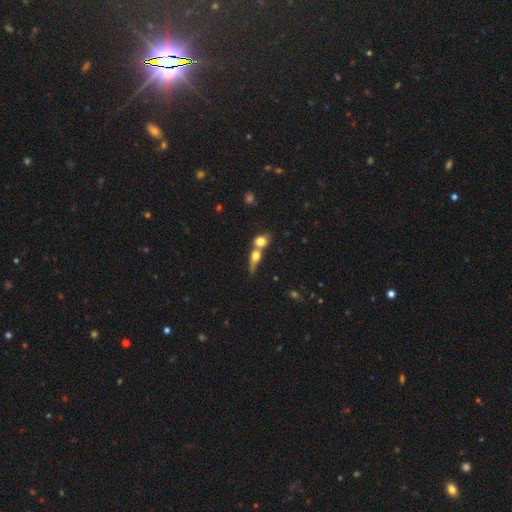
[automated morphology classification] type=smooth (65%); roundness=round (41%); merging=merger (66%).